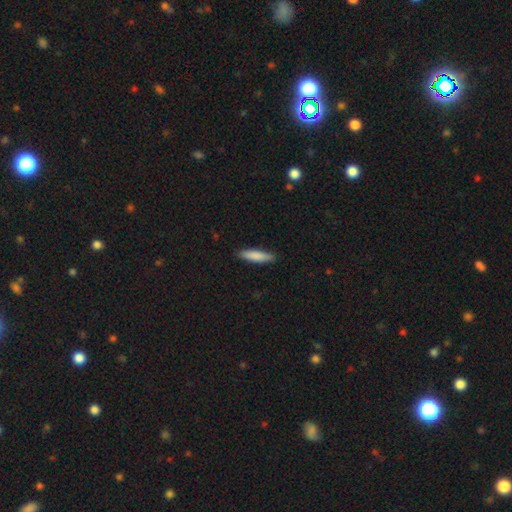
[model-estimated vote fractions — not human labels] Morphology: type=smooth (82%); roundness=cigar-shaped (80%); merging=none (89%).